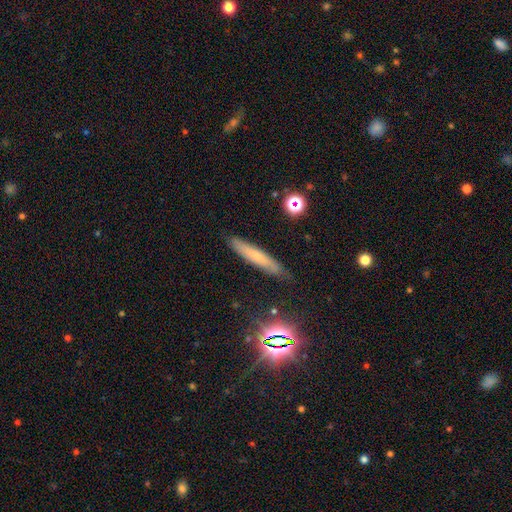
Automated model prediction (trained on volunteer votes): The model was most divided on "smooth or featured": smooth: 55%, featured or disk: 31%, star or artifact: 13%. More confident: how rounded — cigar-shaped (90%); merging — none (84%).